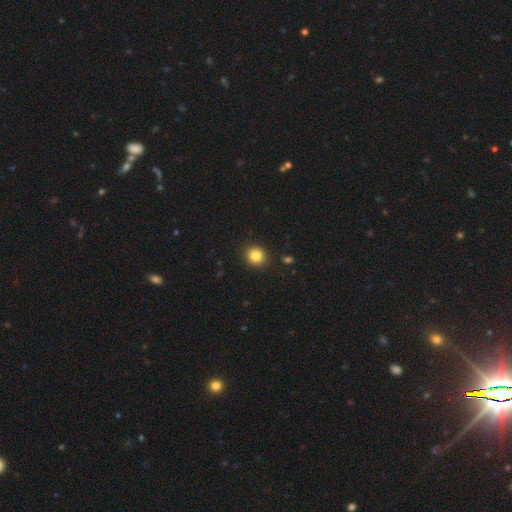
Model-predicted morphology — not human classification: Smooth or featured?
  - smooth: 84% *
  - star or artifact: 11%
  - featured or disk: 5%
How rounded?
  - round: 89% *
  - in between: 10%
  - cigar-shaped: 1%
Merging?
  - none: 90% *
  - minor disturbance: 6%
  - major disturbance: 2%
  - merger: 1%